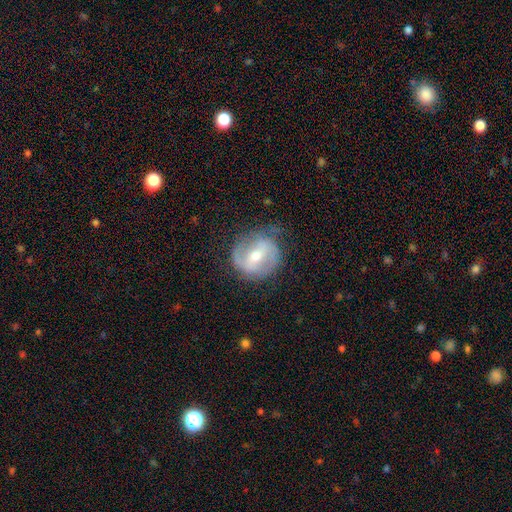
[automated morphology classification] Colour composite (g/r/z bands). It shows a featured or disk galaxy (74%) with a strong bar (47%), 2 (80%) medium (44%) spiral arms (77%) and a moderate central bulge (58%). Merging: none (70%).